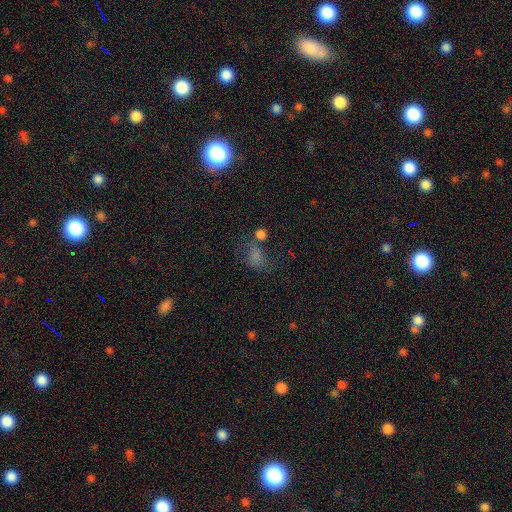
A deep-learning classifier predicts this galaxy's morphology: This appears to be a smooth galaxy with no disk features (66%) that is in between round and cigar-shaped (66%). Merging: none (41%).